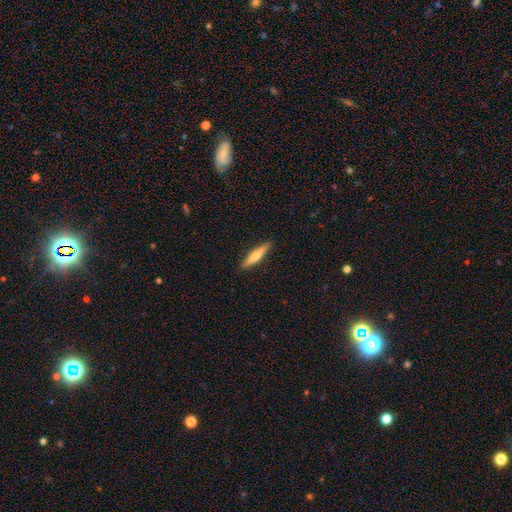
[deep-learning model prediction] Smooth or featured? smooth (64%)
How rounded? cigar-shaped (87%)
Merging? none (91%)